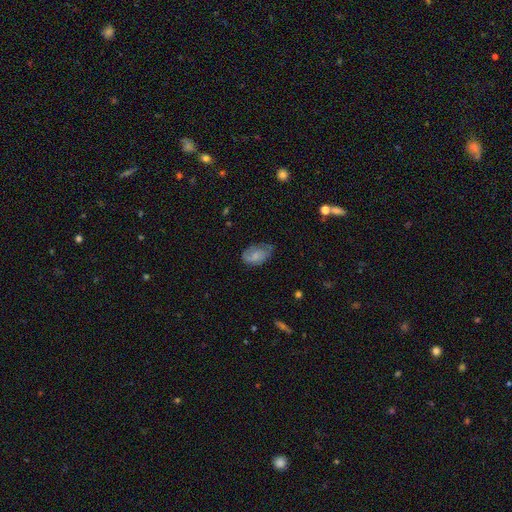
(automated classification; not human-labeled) smooth_or_featured: smooth (p=0.63) [alt: featured or disk p=0.30]
how_rounded: in between (p=0.90) [alt: round p=0.09]
merging: none (p=0.51) [alt: minor disturbance p=0.35]